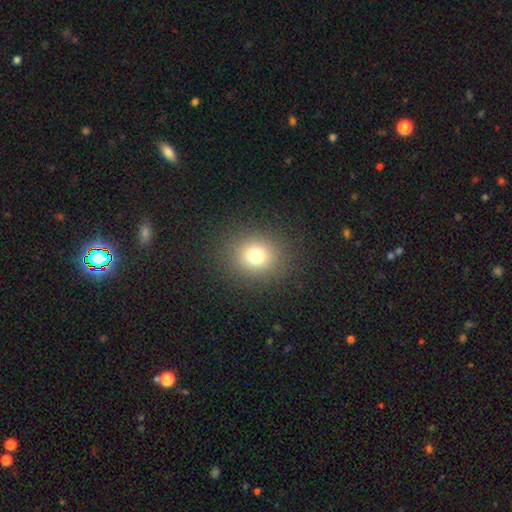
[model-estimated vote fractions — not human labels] Smooth or featured?
  - smooth: 75% *
  - star or artifact: 17%
  - featured or disk: 9%
How rounded?
  - round: 82% *
  - in between: 17%
  - cigar-shaped: 1%
Merging?
  - none: 89% *
  - minor disturbance: 6%
  - major disturbance: 4%
  - merger: 1%